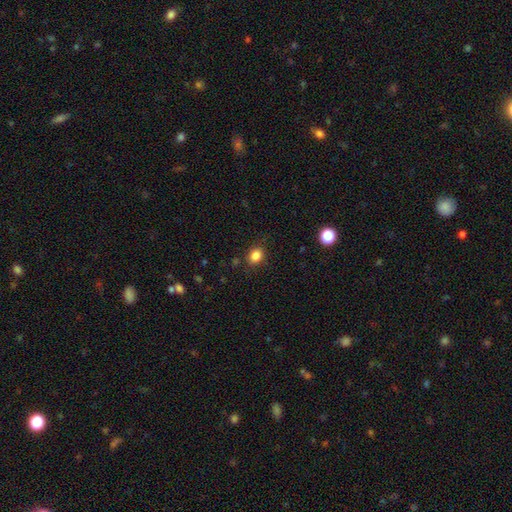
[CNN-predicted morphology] This is clearly a smooth galaxy (85%). How rounded: possibly round (55%). Merging: clearly none (85%).